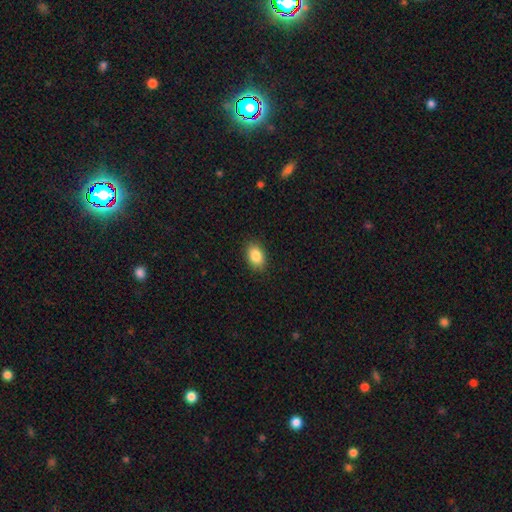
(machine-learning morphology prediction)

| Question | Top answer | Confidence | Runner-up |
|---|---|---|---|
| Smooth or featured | smooth | 87% | star or artifact (8%) |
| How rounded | in between | 85% | round (14%) |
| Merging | none | 88% | minor disturbance (9%) |